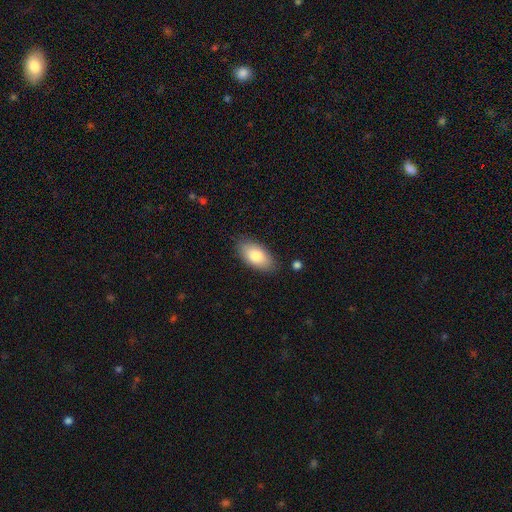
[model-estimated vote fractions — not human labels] smooth_or_featured: smooth (p=0.82) [alt: featured or disk p=0.11]
how_rounded: in between (p=0.93) [alt: cigar-shaped p=0.04]
merging: none (p=0.84) [alt: minor disturbance p=0.12]